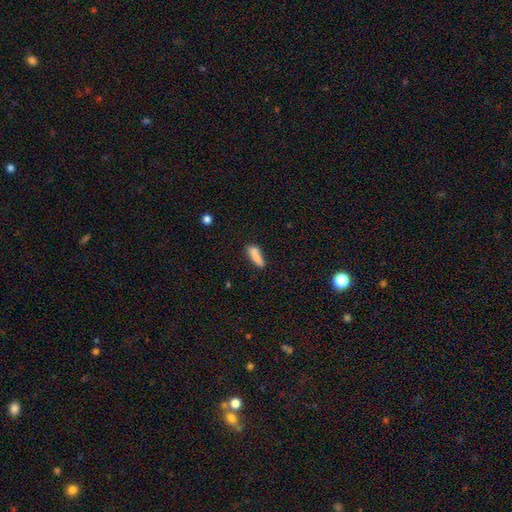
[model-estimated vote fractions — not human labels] Smooth or featured? smooth (80%)
How rounded? cigar-shaped (55%)
Merging? none (61%)